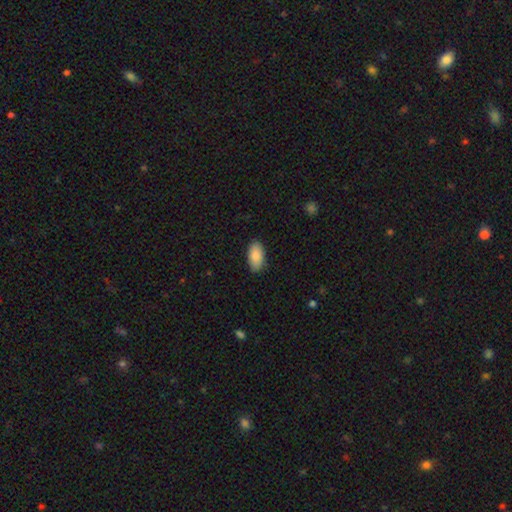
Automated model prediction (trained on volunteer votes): Overall: smooth (88%). How rounded: in between (95%). Merging: none (87%).